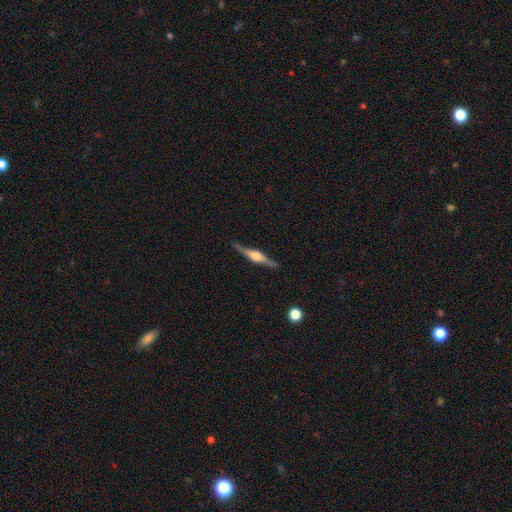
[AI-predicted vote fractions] Smooth or featured? featured or disk (79%)
Edge-on disk? yes (97%)
Edge-on bulge? rounded (75%)
Merging? none (87%)